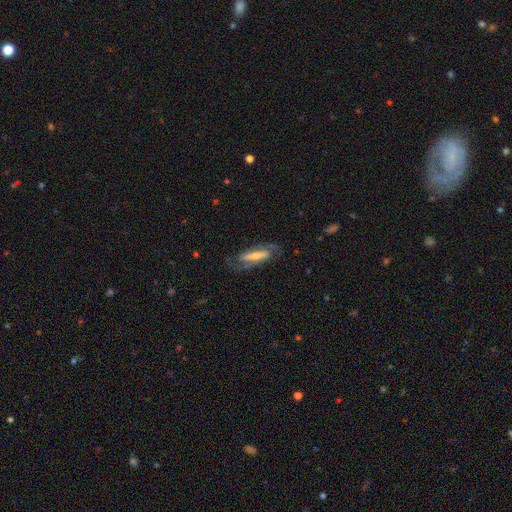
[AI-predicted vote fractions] This appears to be a featured or disk galaxy (71%) with a strong bar (50%), spiral arms (85%) and a small central bulge (48%). Merging: none (73%).